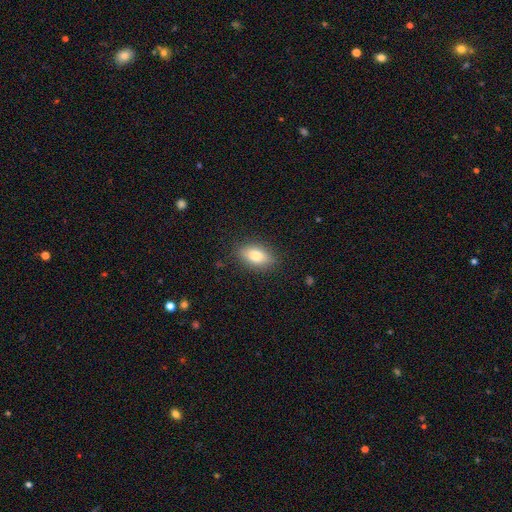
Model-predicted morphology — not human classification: Smooth or featured: smooth — 80% (featured or disk — 12%)
How rounded: in between — 87% (cigar-shaped — 7%)
Merging: none — 86% (minor disturbance — 11%)